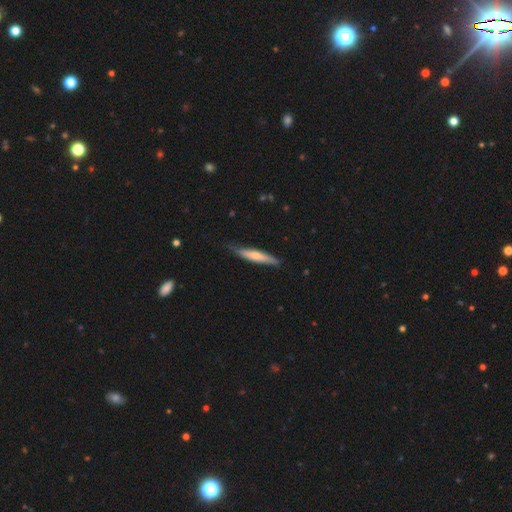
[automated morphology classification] smooth 61%, featured or disk 35%, star or artifact 5%. Down the decision tree: how rounded — cigar-shaped (89%); merging — none (75%).